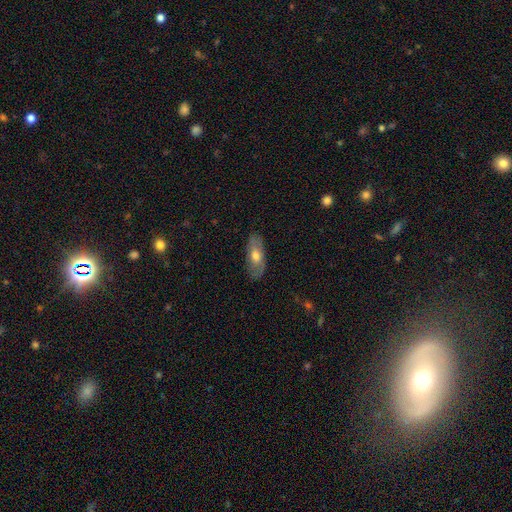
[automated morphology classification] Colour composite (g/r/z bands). It shows a smooth galaxy with no disk features (61%) that is in between round and cigar-shaped (81%). Merging: none (81%).